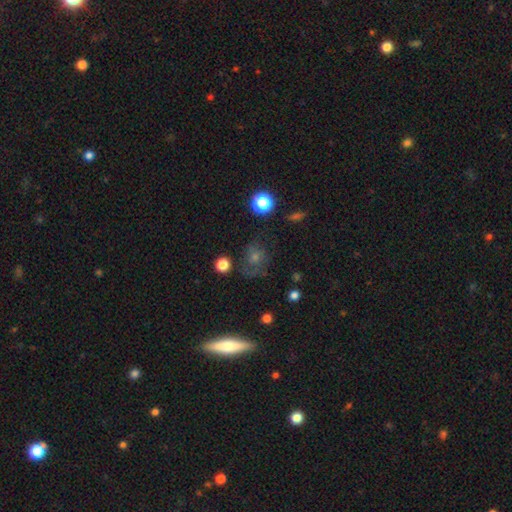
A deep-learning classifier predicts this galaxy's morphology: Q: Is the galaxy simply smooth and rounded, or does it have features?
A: featured or disk — 40%.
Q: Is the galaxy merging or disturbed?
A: none — 68%.